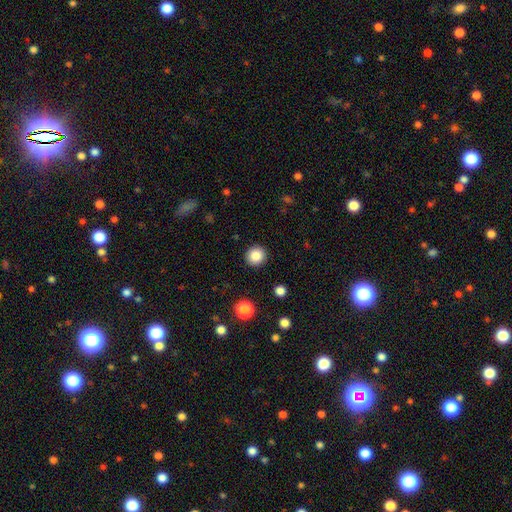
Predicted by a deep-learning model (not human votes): A smooth galaxy with no disk features (86%) that is round (94%). Merging: none (92%).